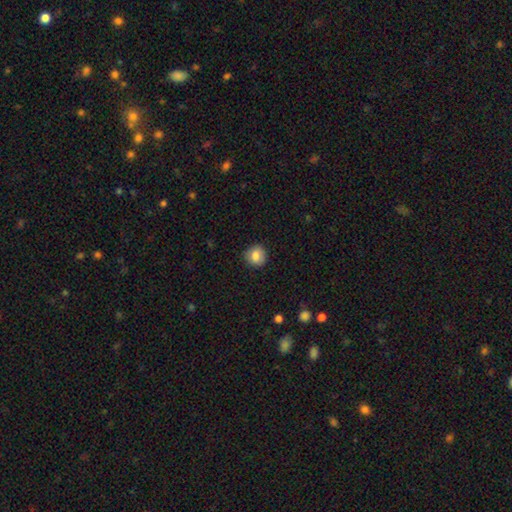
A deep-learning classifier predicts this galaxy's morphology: This is clearly a smooth galaxy (83%). How rounded: clearly round (89%). Merging: clearly none (88%).